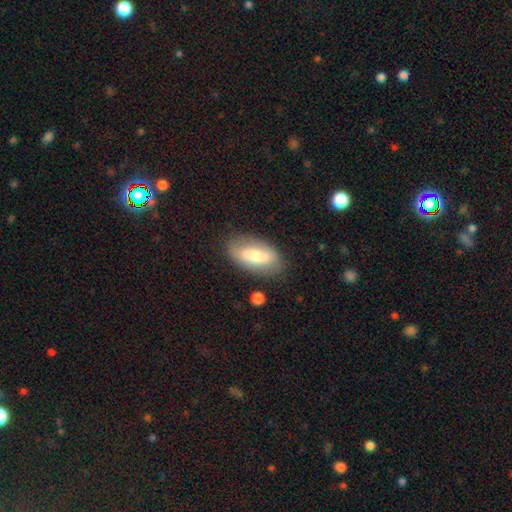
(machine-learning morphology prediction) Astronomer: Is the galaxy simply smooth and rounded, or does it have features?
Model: smooth — 62%.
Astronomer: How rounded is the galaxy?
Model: in between — 88%.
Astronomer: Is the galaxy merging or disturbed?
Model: none — 80%.